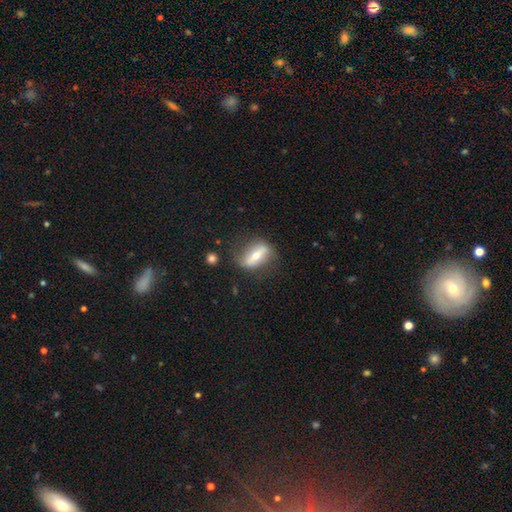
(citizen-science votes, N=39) Smooth or featured? featured or disk (67%)
Edge-on disk? yes (65%)
Edge-on bulge? rounded (100%)
Merging? none (65%)